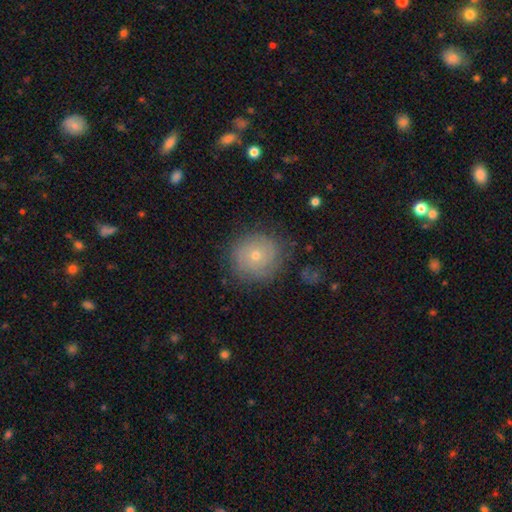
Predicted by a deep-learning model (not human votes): Overall: smooth (48%; featured or disk 41%). Merging: none (77%).